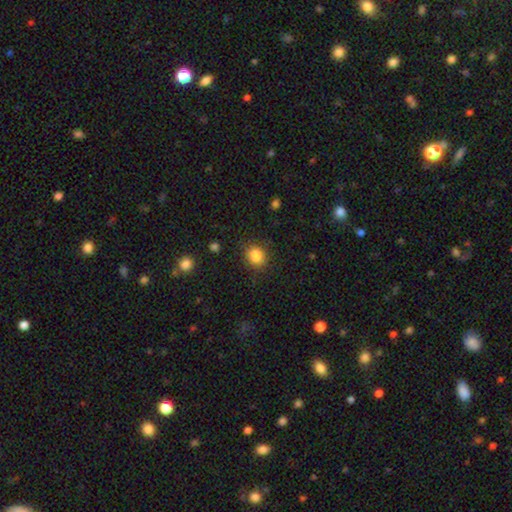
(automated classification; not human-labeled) This appears to be a smooth galaxy with no disk features (86%) that is round (60%). Merging: none (78%).